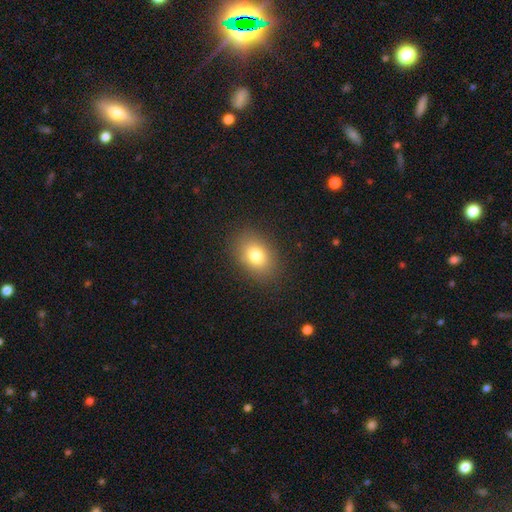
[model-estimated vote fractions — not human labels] smooth 79%, star or artifact 11%, featured or disk 10%. Down the decision tree: how rounded — in between (71%); merging — none (86%).